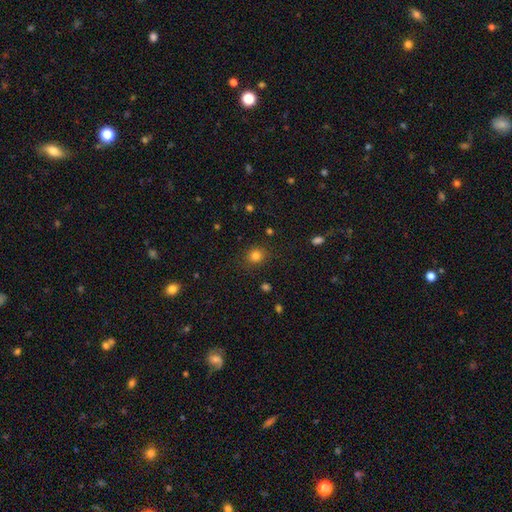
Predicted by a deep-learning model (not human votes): smooth 81%, star or artifact 14%, featured or disk 5%. Down the decision tree: how rounded — round (82%); merging — none (85%).